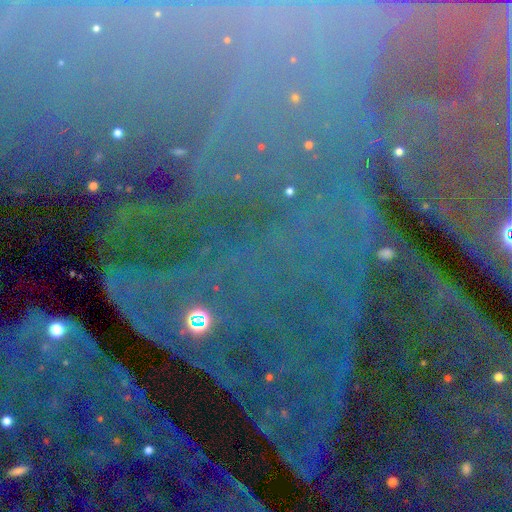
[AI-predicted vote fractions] Q: Smooth or featured?
A: star or artifact (87%); runner-up: featured or disk (7%)